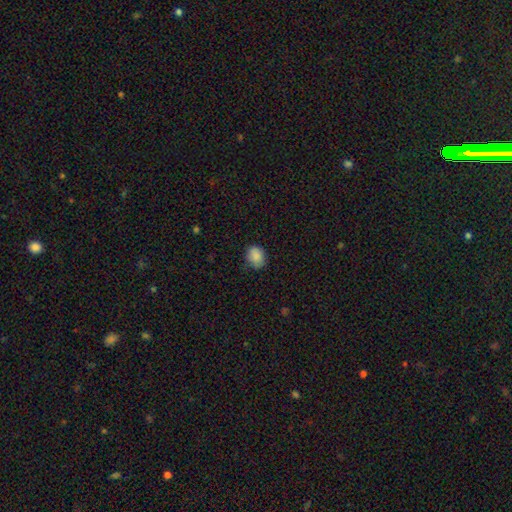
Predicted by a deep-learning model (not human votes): Smooth or featured? Predicted: smooth (p=0.87). How rounded? Predicted: round (p=0.50). Merging? Predicted: none (p=0.72).